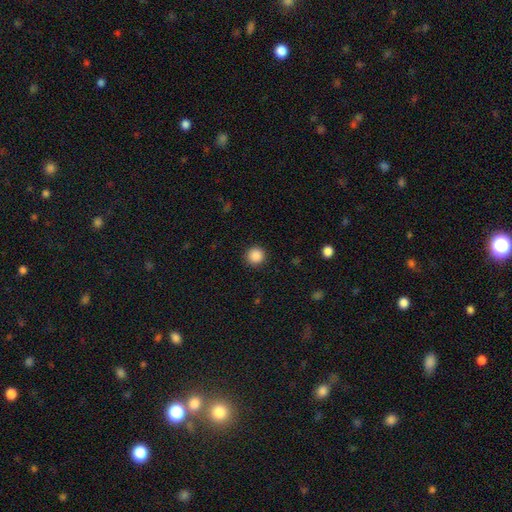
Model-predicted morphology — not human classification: This appears to be a smooth galaxy with no disk features (88%) that is round (94%). Merging: none (92%).